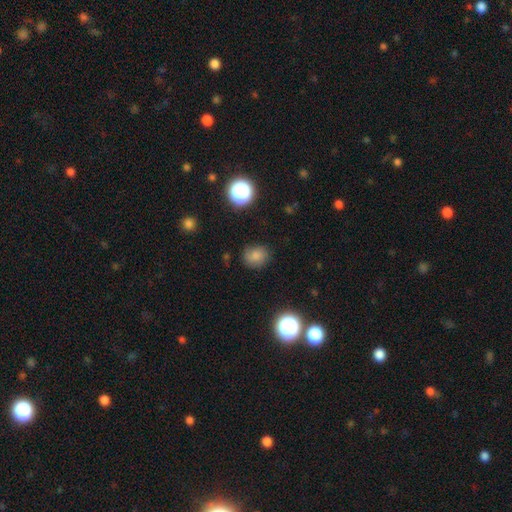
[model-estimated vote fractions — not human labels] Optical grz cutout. It shows a smooth galaxy with no disk features (78%) that is round (66%). Merging: none (78%).